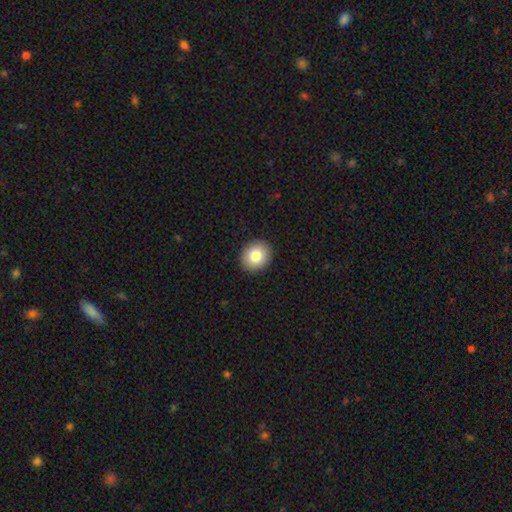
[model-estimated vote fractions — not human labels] Smooth or featured: smooth — 83% (featured or disk — 9%)
How rounded: round — 76% (in between — 23%)
Merging: none — 92% (minor disturbance — 6%)